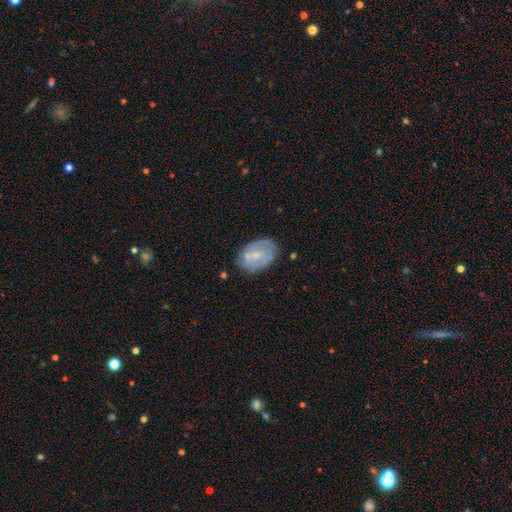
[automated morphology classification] Overall: featured or disk (53%; smooth 41%). Edge-on disk: no (96%). Bar: no (54%; weak 37%). Spiral arms: yes (54%; no 46%). Bulge size: small (60%; moderate 29%). Merging: none (67%).